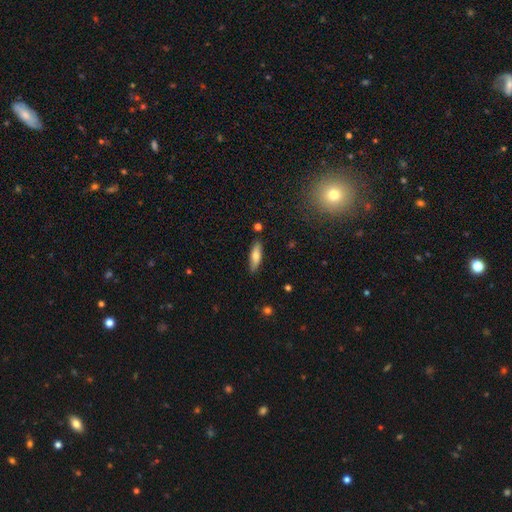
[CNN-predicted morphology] Smooth or featured? Predicted: smooth (p=0.73). How rounded? Predicted: in between (p=0.50). Merging? Predicted: none (p=0.83).